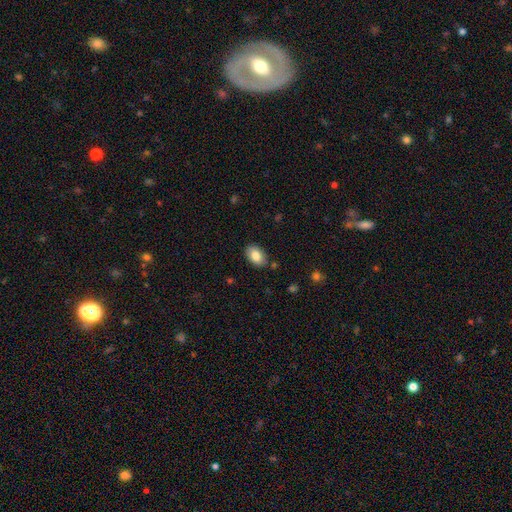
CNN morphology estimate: This is clearly a smooth galaxy (84%). How rounded: clearly in between (89%). Merging: clearly none (85%).